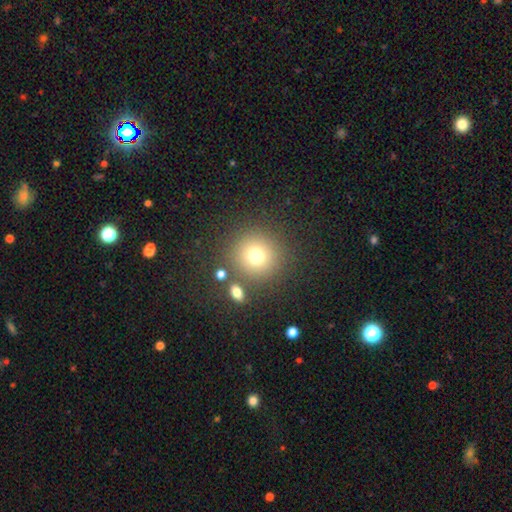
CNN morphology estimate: A smooth galaxy with no disk features (73%) that is round (92%). Merging: none (81%).